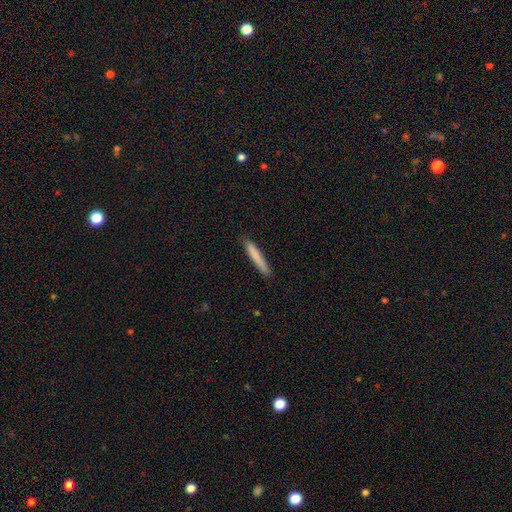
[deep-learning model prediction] The model was most divided on "smooth or featured": smooth: 80%, featured or disk: 14%, star or artifact: 6%. More confident: how rounded — cigar-shaped (95%); merging — none (88%).